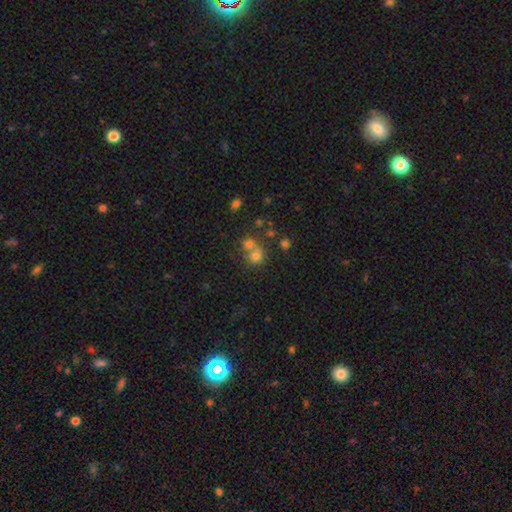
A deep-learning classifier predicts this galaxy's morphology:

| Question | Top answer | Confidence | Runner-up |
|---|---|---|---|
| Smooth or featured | smooth | 68% | star or artifact (17%) |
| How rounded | round | 82% | in between (17%) |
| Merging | merger | 49% | none (40%) |